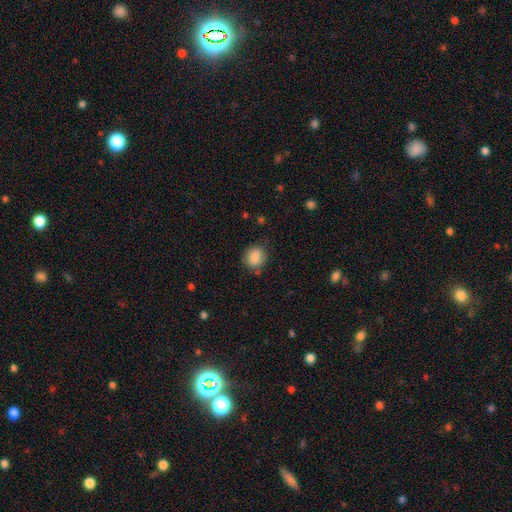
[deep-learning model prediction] Smooth or featured? smooth (87%)
How rounded? round (70%)
Merging? none (80%)